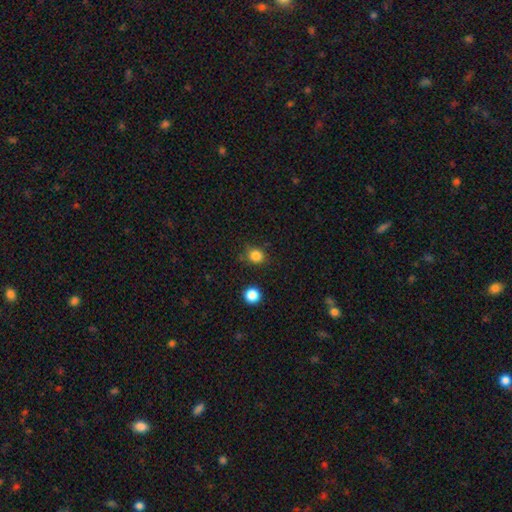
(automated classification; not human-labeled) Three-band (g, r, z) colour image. It shows a smooth galaxy with no disk features (83%) that is round (84%). Merging: none (81%).